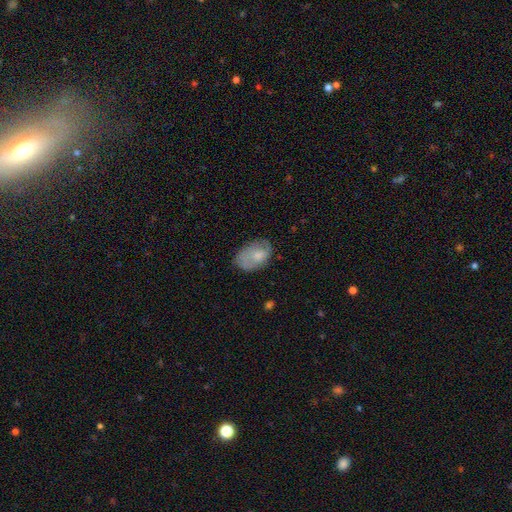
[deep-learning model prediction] A smooth galaxy with no disk features (64%) that is in between round and cigar-shaped (88%). Merging: none (62%).